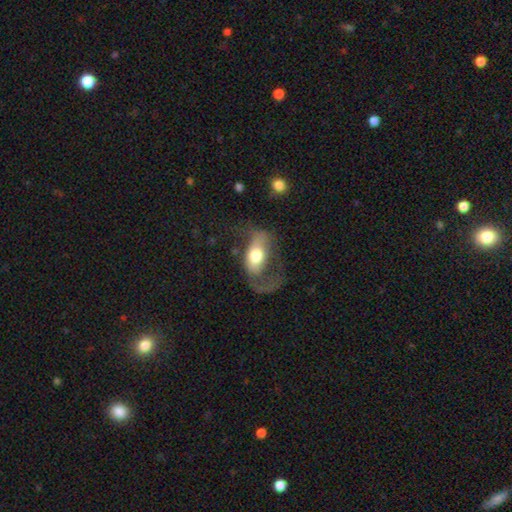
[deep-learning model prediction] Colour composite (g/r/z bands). It shows a featured or disk galaxy (52%). Merging: major disturbance (53%).